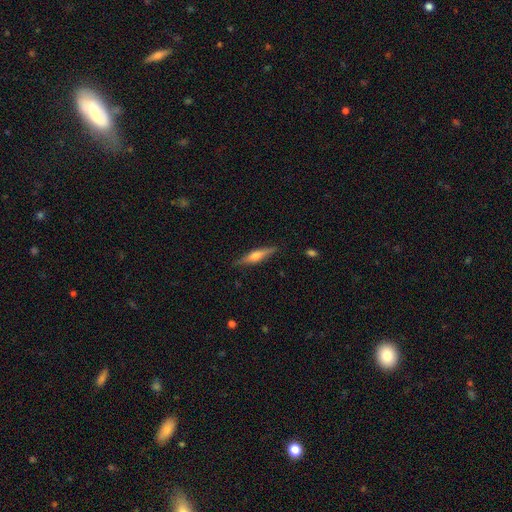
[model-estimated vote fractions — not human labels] Overall: featured or disk (57%; smooth 36%). Edge-on disk: yes (96%). Edge-on bulge: rounded (88%). Merging: none (86%).